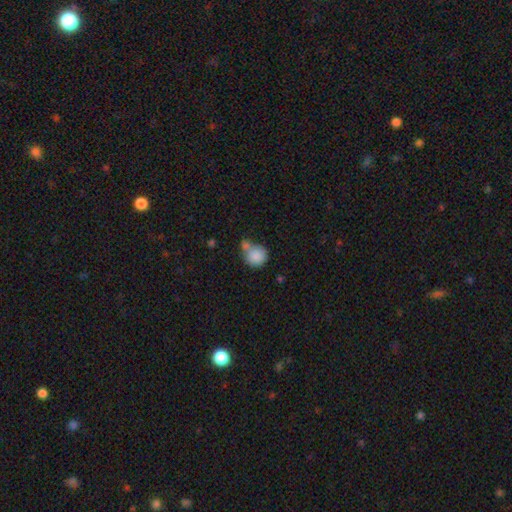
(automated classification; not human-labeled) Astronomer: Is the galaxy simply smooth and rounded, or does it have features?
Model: smooth — 85%.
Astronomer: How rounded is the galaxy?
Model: round — 87%.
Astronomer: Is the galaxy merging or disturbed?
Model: none — 46% (runner-up: merger, 34%).